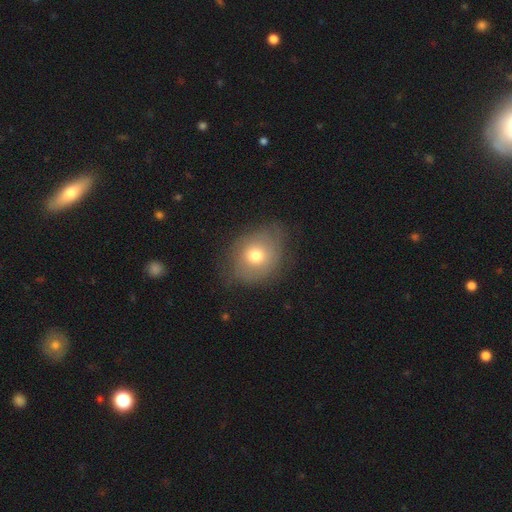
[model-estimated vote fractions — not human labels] A smooth galaxy with no disk features (65%) that is round (55%).

Vote fractions:
- Smooth or featured? smooth: 65% / featured or disk: 24% / star or artifact: 10%
- How rounded? round: 55% / in between: 44% / cigar-shaped: 1%
- Merging? none: 69% / minor disturbance: 22% / major disturbance: 8% / merger: 1%